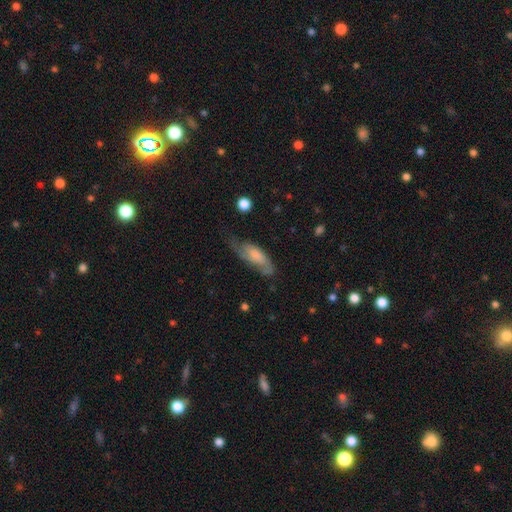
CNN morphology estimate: The model was most divided on "smooth or featured": smooth: 50%, featured or disk: 43%, star or artifact: 7%. Remaining: merging — none (45%).